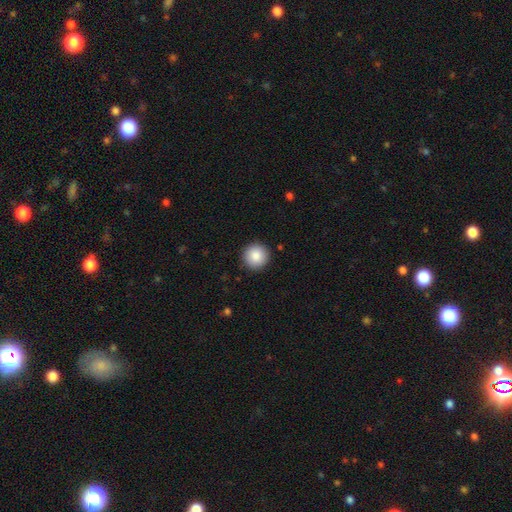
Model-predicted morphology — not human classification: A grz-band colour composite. It shows a smooth galaxy with no disk features (87%) that is round (95%). Merging: none (91%).